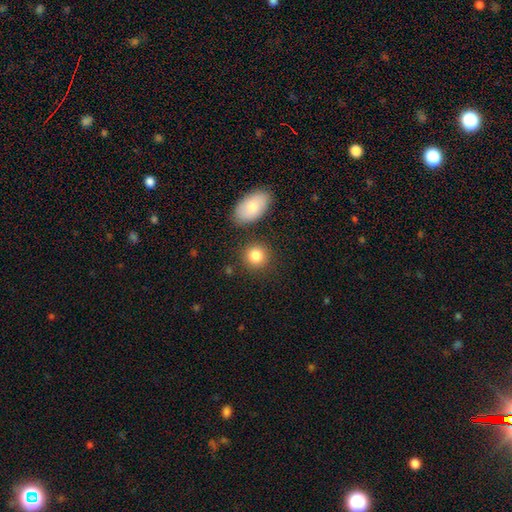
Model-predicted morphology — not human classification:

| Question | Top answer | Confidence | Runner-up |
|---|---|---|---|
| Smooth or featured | smooth | 84% | star or artifact (9%) |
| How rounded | round | 80% | in between (19%) |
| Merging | none | 80% | minor disturbance (9%) |